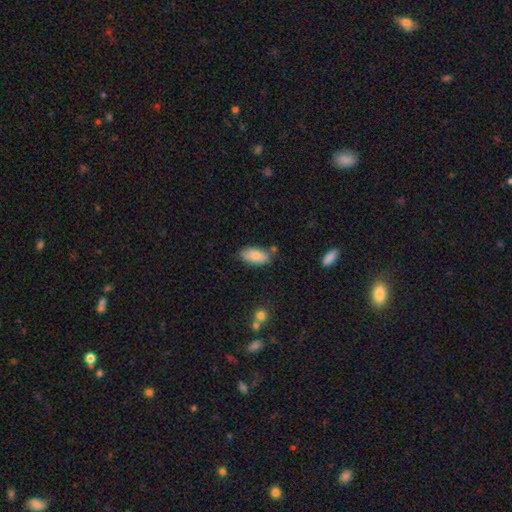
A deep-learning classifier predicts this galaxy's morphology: This is clearly a smooth galaxy (83%). How rounded: clearly in between (90%). Merging: likely none (71%).